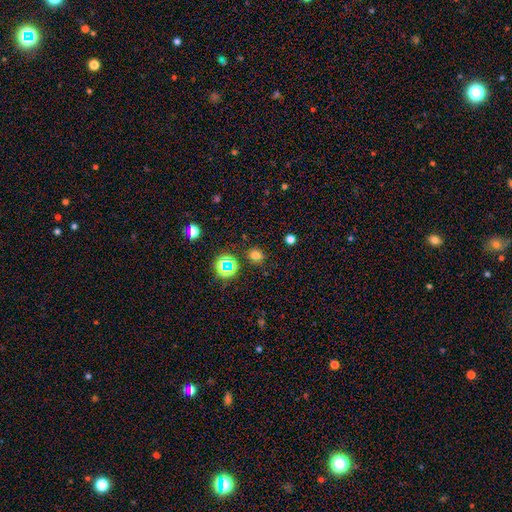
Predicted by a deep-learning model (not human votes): smooth-or-featured: smooth: 69% | star or artifact: 25% | featured or disk: 6%
  how-rounded: round: 74% | in between: 25% | cigar-shaped: 1%
  merging: none: 84% | minor disturbance: 10% | major disturbance: 4% | merger: 3%